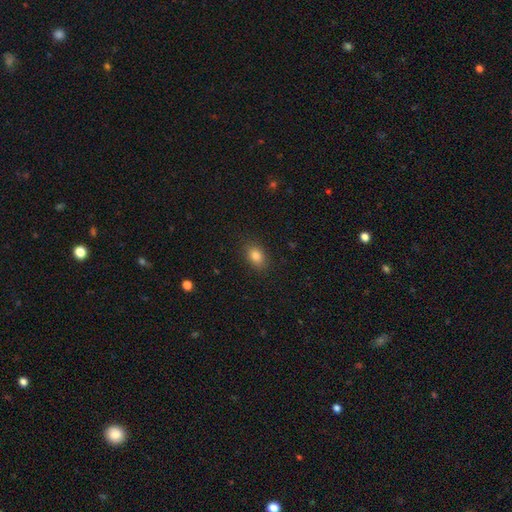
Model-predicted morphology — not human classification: Q: Smooth or featured?
A: smooth (83%); runner-up: star or artifact (10%)
Q: How rounded?
A: in between (76%); runner-up: round (22%)
Q: Merging?
A: none (87%); runner-up: minor disturbance (10%)